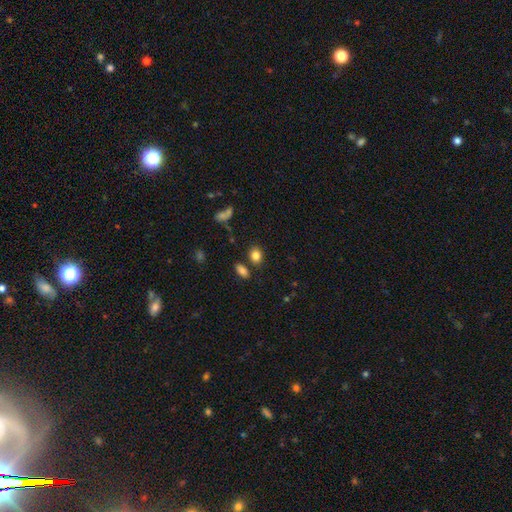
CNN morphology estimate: Overall: smooth (84%). How rounded: in between (50%; round 48%). Merging: none (78%).